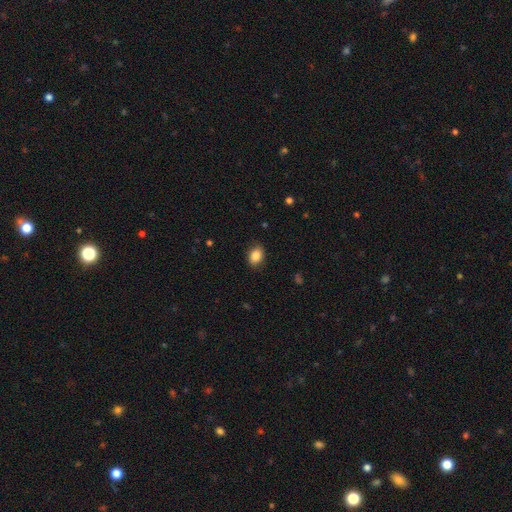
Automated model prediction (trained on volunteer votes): This appears to be a smooth galaxy with no disk features (86%) that is in between round and cigar-shaped (68%). Merging: none (85%).